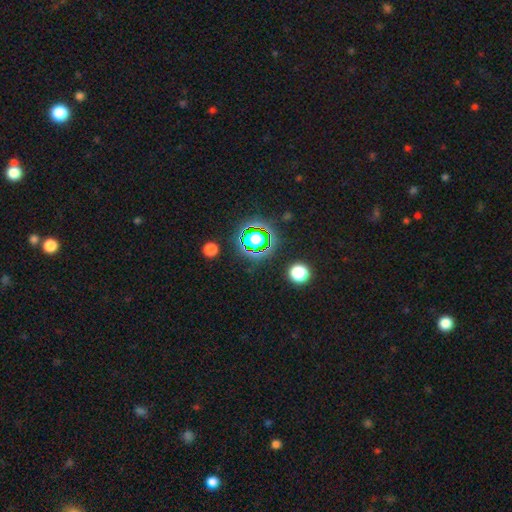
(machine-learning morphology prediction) Smooth or featured?
  - star or artifact: 79% *
  - smooth: 14%
  - featured or disk: 7%